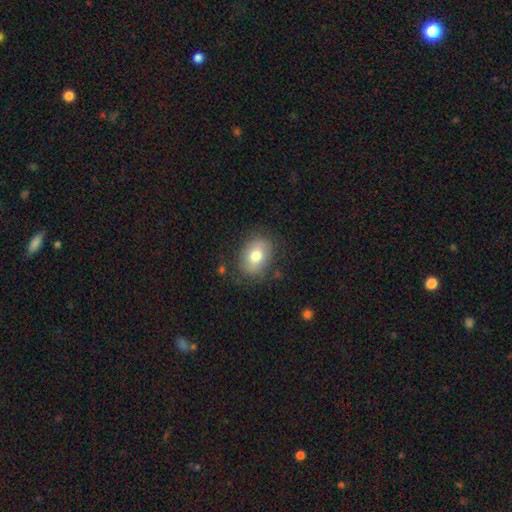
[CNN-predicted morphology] Q: Smooth or featured?
A: smooth (74%); runner-up: featured or disk (18%)
Q: How rounded?
A: in between (68%); runner-up: round (31%)
Q: Merging?
A: none (80%); runner-up: minor disturbance (14%)